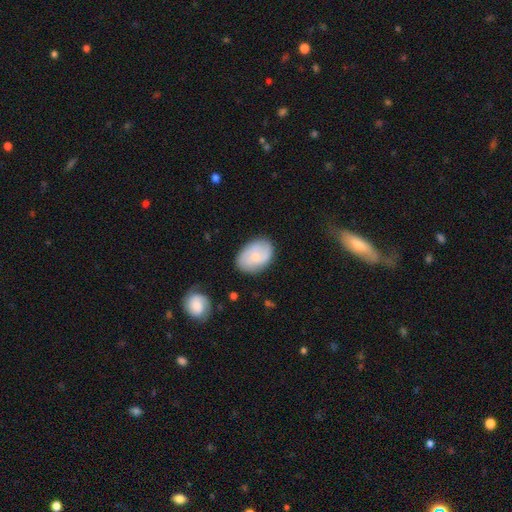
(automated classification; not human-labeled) A featured or disk galaxy (51%). Merging: none (78%).